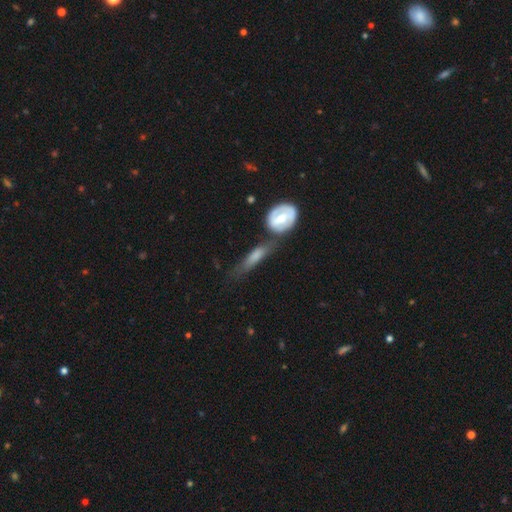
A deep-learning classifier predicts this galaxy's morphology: type=smooth (57%); roundness=cigar-shaped (51%); merging=none (33%).